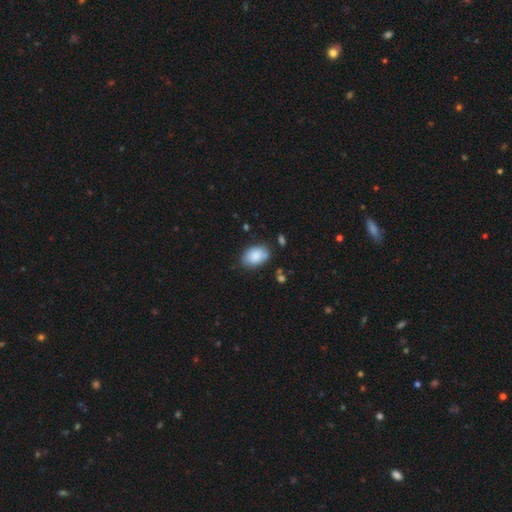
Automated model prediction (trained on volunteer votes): Overall: smooth (84%). How rounded: in between (84%). Merging: none (71%).